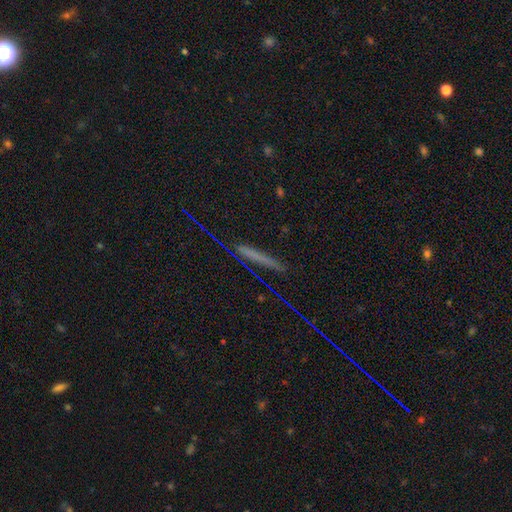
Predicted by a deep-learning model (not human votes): Smooth or featured? Predicted: smooth (p=0.47). Merging? Predicted: none (p=0.78).